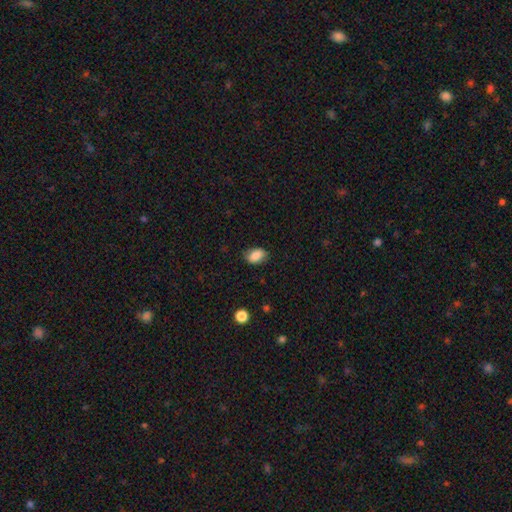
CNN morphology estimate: Smooth or featured?
  - smooth: 83% *
  - featured or disk: 9%
  - star or artifact: 8%
How rounded?
  - in between: 84% *
  - round: 15%
  - cigar-shaped: 1%
Merging?
  - none: 79% *
  - minor disturbance: 16%
  - major disturbance: 3%
  - merger: 1%